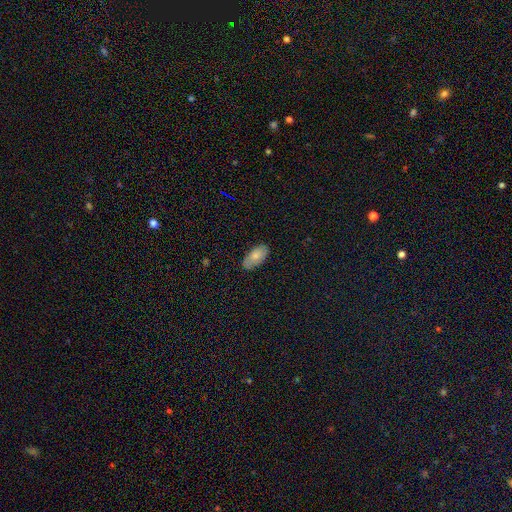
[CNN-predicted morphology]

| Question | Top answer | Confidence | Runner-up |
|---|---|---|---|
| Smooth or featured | smooth | 77% | featured or disk (16%) |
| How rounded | in between | 94% | cigar-shaped (4%) |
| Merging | none | 83% | minor disturbance (14%) |